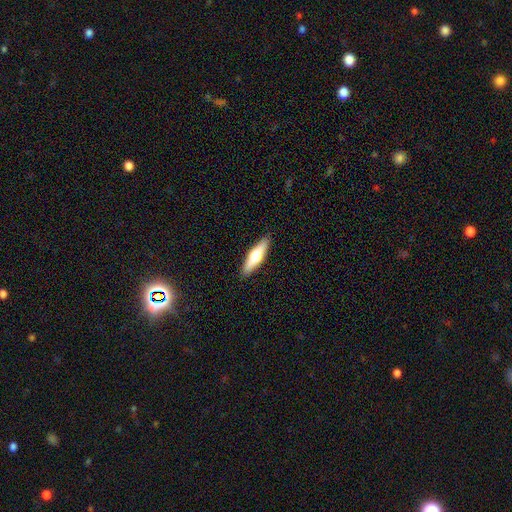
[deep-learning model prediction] Smooth or featured?
  - smooth: 51% *
  - featured or disk: 44%
  - star or artifact: 5%
How rounded?
  - cigar-shaped: 67% *
  - in between: 31%
  - round: 2%
Merging?
  - none: 90% *
  - minor disturbance: 8%
  - major disturbance: 2%
  - merger: 1%